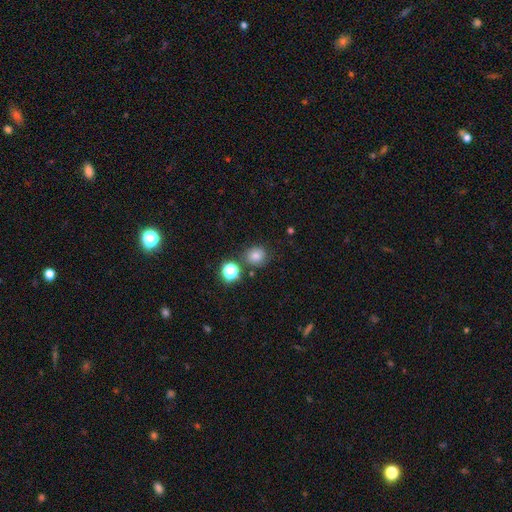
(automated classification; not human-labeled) This appears to be a smooth galaxy with no disk features (74%) that is round (85%). Merging: none (76%).